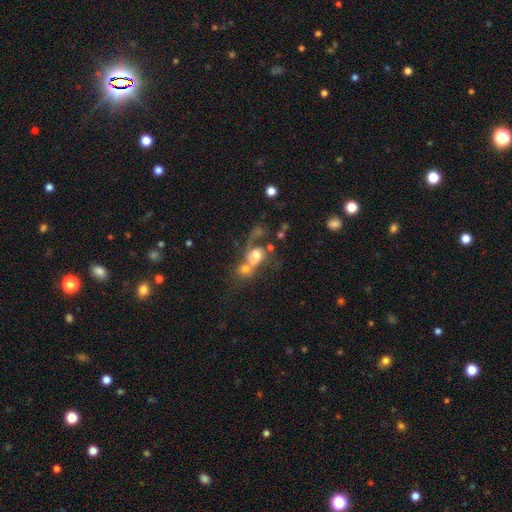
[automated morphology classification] type=smooth (44%, tied with featured or disk); merging=merger (65%).